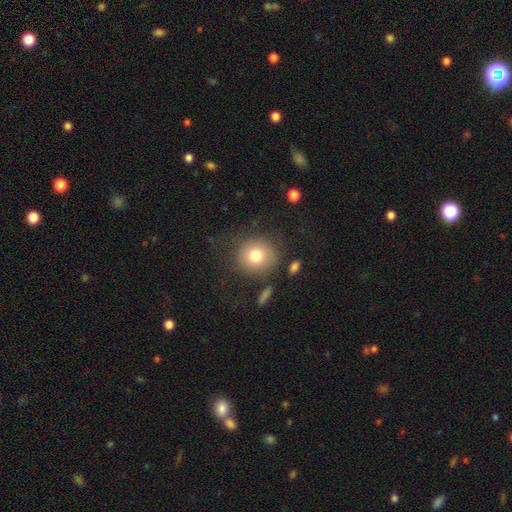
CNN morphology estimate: Smooth or featured: smooth — 79% (featured or disk — 11%)
How rounded: round — 89% (in between — 10%)
Merging: none — 78% (minor disturbance — 12%)